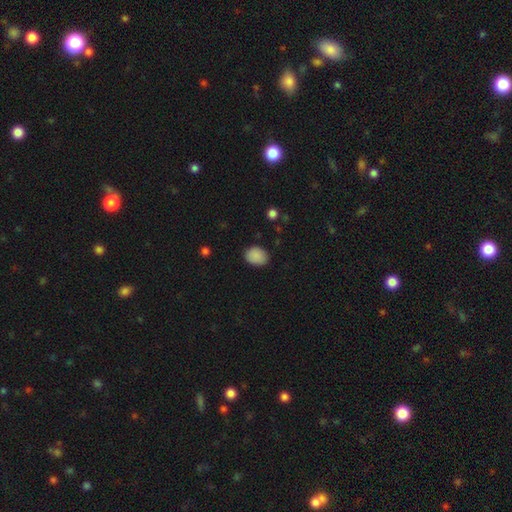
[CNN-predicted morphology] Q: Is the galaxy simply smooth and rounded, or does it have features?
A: smooth — 88%.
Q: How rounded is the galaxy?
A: in between — 59%.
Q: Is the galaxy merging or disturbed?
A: none — 84%.